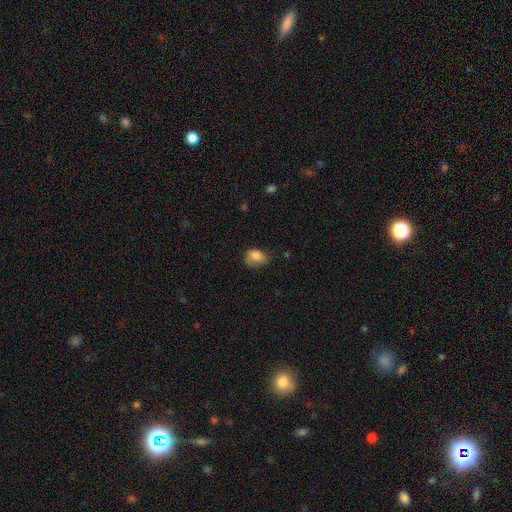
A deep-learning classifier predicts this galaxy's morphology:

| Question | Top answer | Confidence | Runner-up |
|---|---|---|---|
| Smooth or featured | smooth | 76% | featured or disk (15%) |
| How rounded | in between | 73% | round (26%) |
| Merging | none | 46% | minor disturbance (33%) |